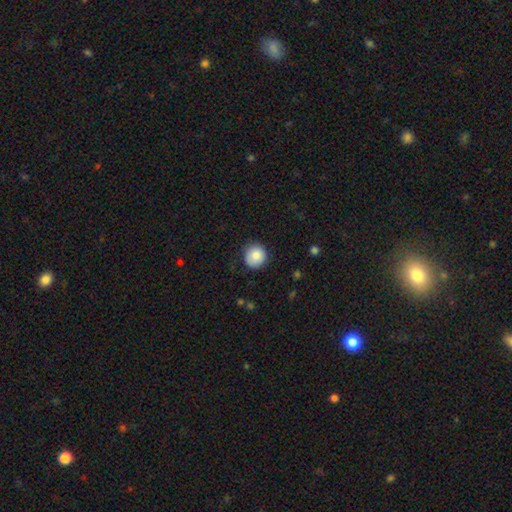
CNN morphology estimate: smooth 85%, star or artifact 8%, featured or disk 7%. Down the decision tree: how rounded — round (92%); merging — none (84%).